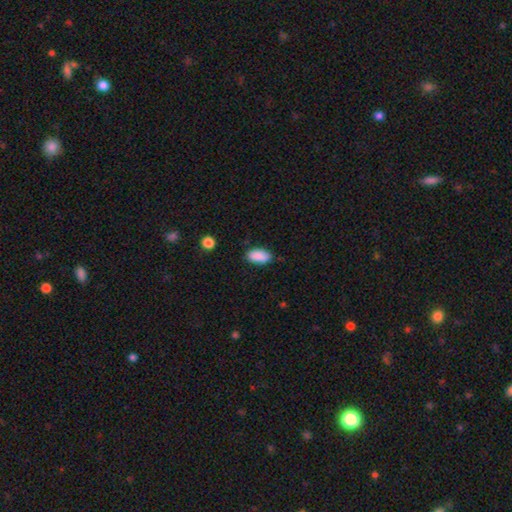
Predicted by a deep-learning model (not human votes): Smooth or featured? Predicted: smooth (p=0.90). How rounded? Predicted: in between (p=0.93). Merging? Predicted: none (p=0.83).